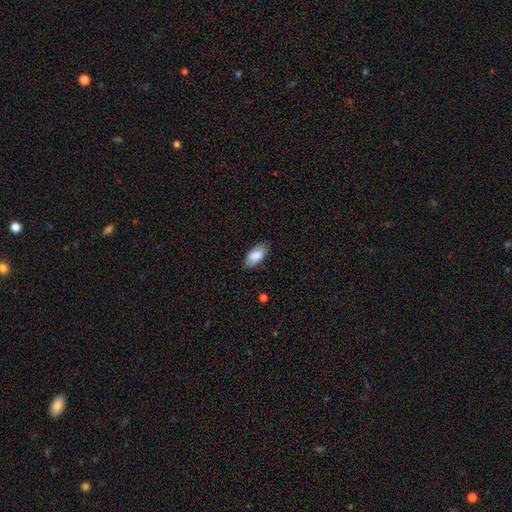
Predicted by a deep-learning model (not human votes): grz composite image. It shows a smooth galaxy with no disk features (87%) that is in between round and cigar-shaped (93%). Merging: none (85%).